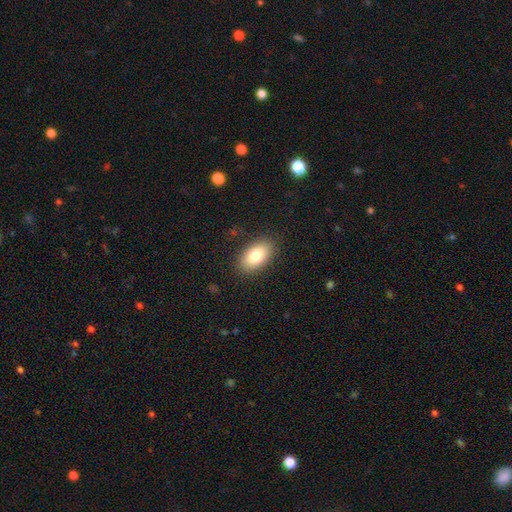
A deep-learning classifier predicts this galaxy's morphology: Overall: smooth (81%). How rounded: in between (93%). Merging: none (86%).